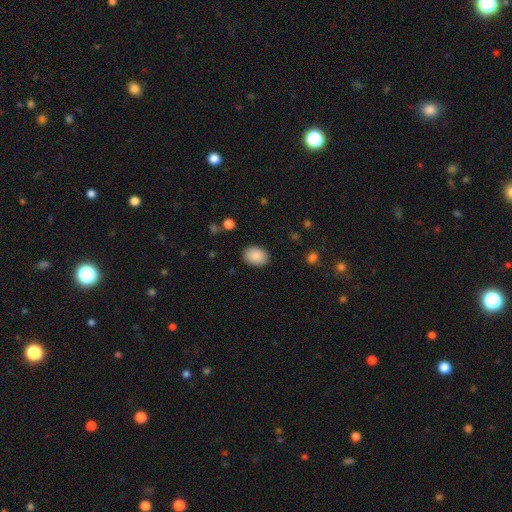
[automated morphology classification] The model was most divided on "how rounded": in between: 74%, round: 25%, cigar-shaped: 1%. More confident: smooth or featured — smooth (89%); merging — none (88%).